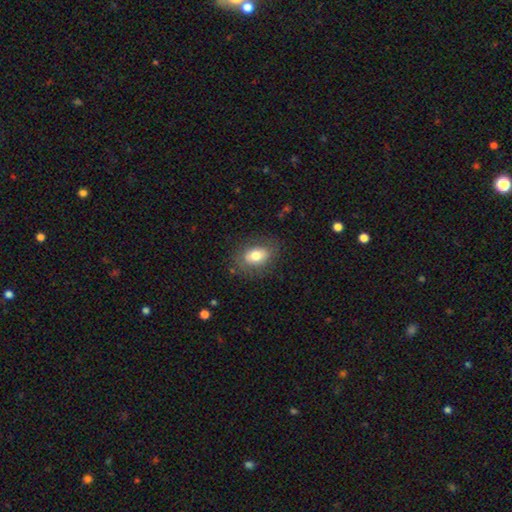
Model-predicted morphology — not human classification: Q: Smooth or featured?
A: smooth (72%); runner-up: featured or disk (20%)
Q: How rounded?
A: in between (78%); runner-up: round (20%)
Q: Merging?
A: none (78%); runner-up: minor disturbance (15%)